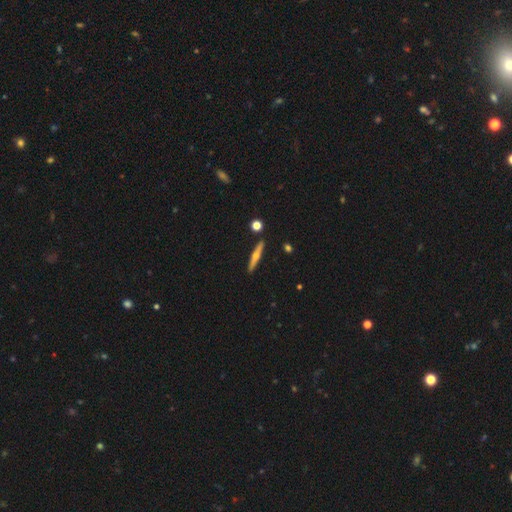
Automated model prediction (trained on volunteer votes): Smooth or featured? featured or disk (61%)
Edge-on disk? yes (96%)
Edge-on bulge? rounded (91%)
Merging? none (90%)